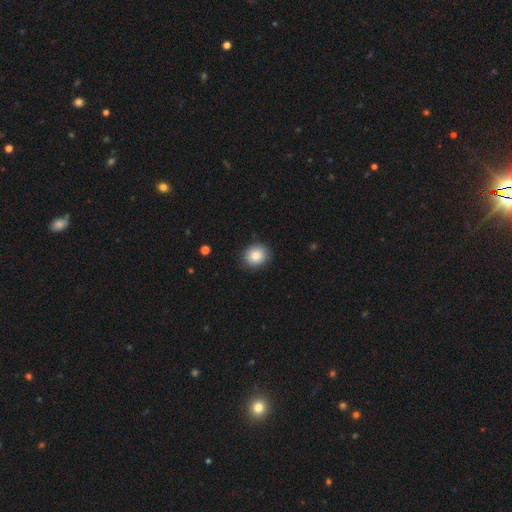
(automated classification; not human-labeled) A smooth galaxy with no disk features (85%) that is round (68%).

Vote fractions:
- Smooth or featured? smooth: 85% / star or artifact: 9% / featured or disk: 6%
- How rounded? round: 68% / in between: 31% / cigar-shaped: 1%
- Merging? none: 87% / minor disturbance: 9% / major disturbance: 2% / merger: 1%